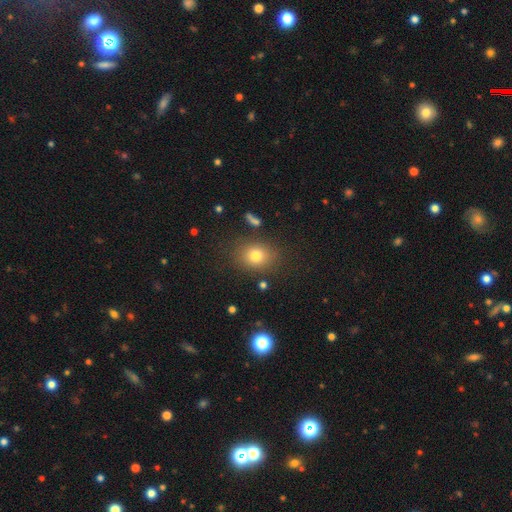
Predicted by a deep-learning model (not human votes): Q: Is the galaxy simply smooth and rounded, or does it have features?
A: smooth — 77%.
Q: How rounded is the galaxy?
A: round — 55%.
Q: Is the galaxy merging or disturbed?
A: none — 82%.